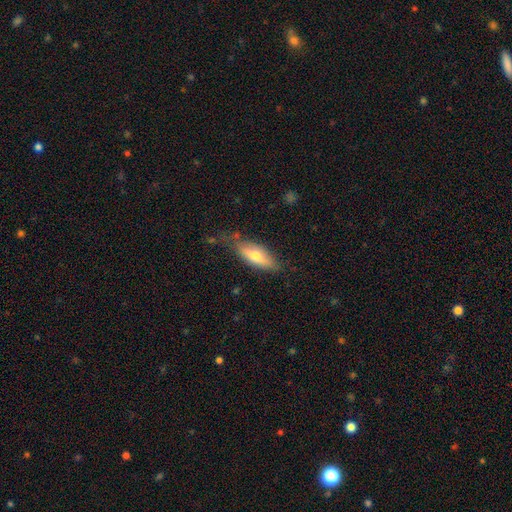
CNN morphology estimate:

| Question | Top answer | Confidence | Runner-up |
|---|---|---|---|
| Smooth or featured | smooth | 63% | featured or disk (30%) |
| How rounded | in between | 65% | cigar-shaped (33%) |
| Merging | none | 64% | minor disturbance (26%) |